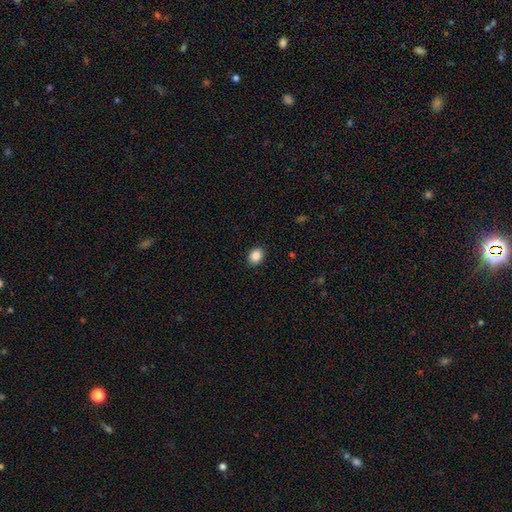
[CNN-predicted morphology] The model was most divided on "how rounded": in between: 60%, round: 39%, cigar-shaped: 1%. More confident: merging — none (90%); smooth or featured — smooth (88%).